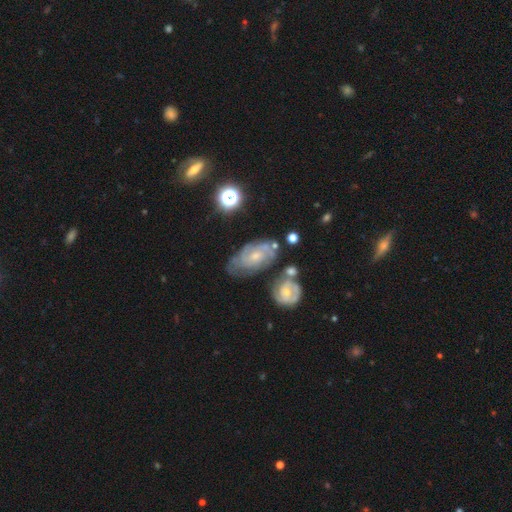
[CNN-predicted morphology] This is likely a featured or disk galaxy (74%). It is clearly not viewed edge-on (94%). Bar: likely no (67%). Spiral arm pattern: clearly yes (89%). Spiral arm count: possibly can't tell (45%). Spiral winding: likely tight (62%). Central bulge: possibly small (59%). Merging: possibly none (54%).